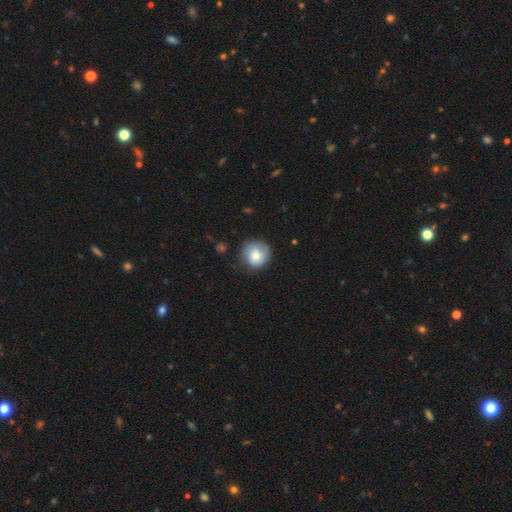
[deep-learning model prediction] Smooth or featured?
  - smooth: 71% *
  - featured or disk: 21%
  - star or artifact: 8%
How rounded?
  - round: 90% *
  - in between: 9%
  - cigar-shaped: 1%
Merging?
  - none: 74% *
  - minor disturbance: 20%
  - major disturbance: 5%
  - merger: 2%